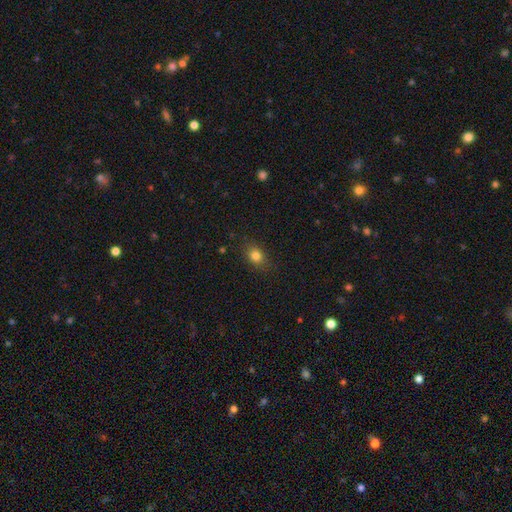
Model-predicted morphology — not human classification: Smooth or featured? smooth (80%)
How rounded? in between (55%)
Merging? none (84%)